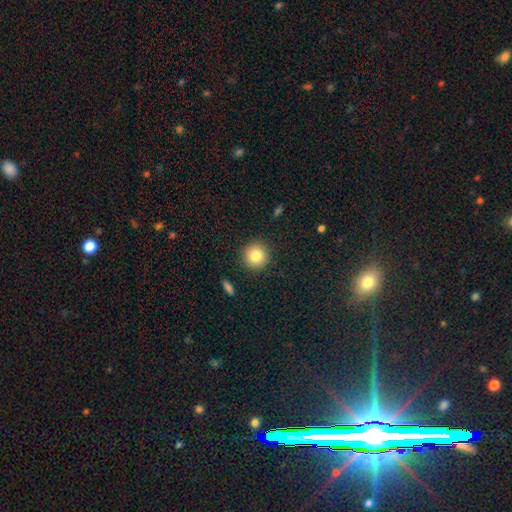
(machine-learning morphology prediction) smooth-or-featured: smooth: 83% | star or artifact: 10% | featured or disk: 7%
  how-rounded: round: 94% | in between: 5% | cigar-shaped: 1%
  merging: none: 91% | minor disturbance: 6% | major disturbance: 2% | merger: 1%